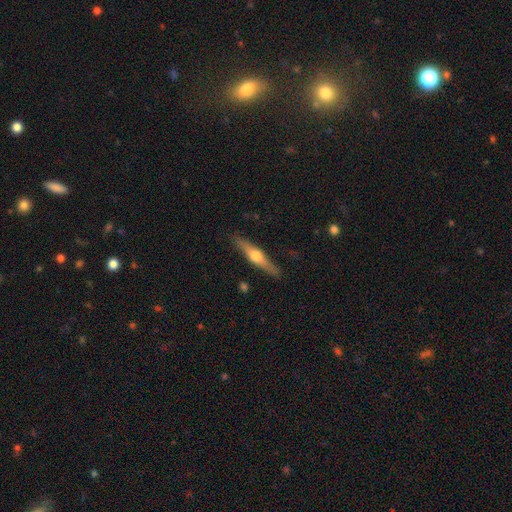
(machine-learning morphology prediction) Overall: featured or disk (63%; smooth 32%). Edge-on disk: yes (96%). Edge-on bulge: rounded (94%). Merging: none (88%).